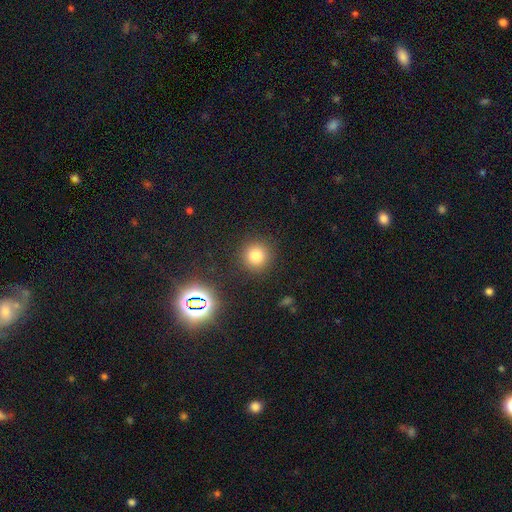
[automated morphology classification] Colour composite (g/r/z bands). It shows a smooth galaxy with no disk features (78%) that is round (93%). Merging: none (89%).